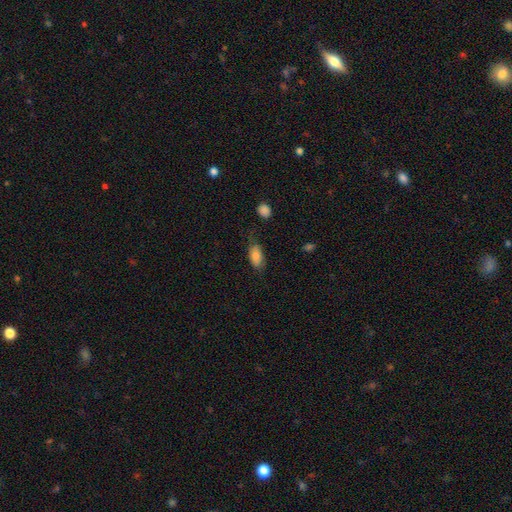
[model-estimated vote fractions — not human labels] smooth 81%, featured or disk 12%, star or artifact 8%. Down the decision tree: how rounded — in between (90%); merging — none (59%).